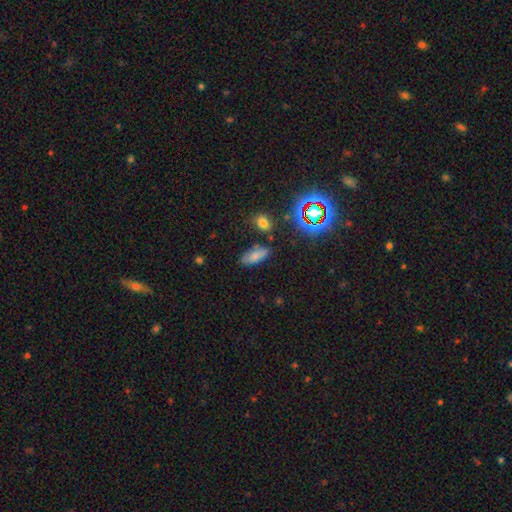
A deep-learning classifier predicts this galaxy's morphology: The model was most divided on "smooth or featured": smooth: 73%, star or artifact: 15%, featured or disk: 12%. More confident: how rounded — in between (79%); merging — none (78%).